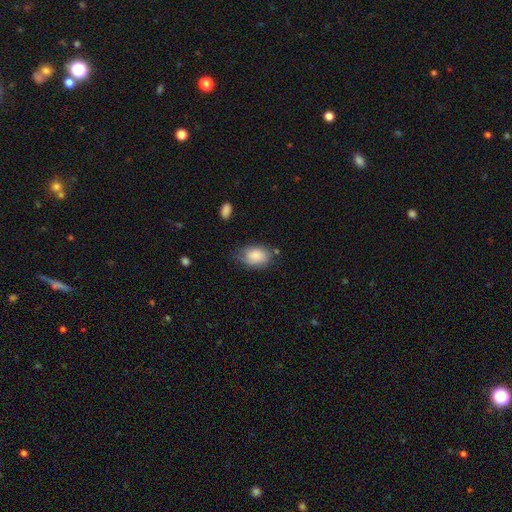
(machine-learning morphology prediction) A smooth galaxy with no disk features (81%) that is in between round and cigar-shaped (84%).

Vote fractions:
- Smooth or featured? smooth: 81% / featured or disk: 12% / star or artifact: 7%
- How rounded? in between: 84% / round: 15% / cigar-shaped: 1%
- Merging? none: 55% / minor disturbance: 32% / major disturbance: 10% / merger: 3%